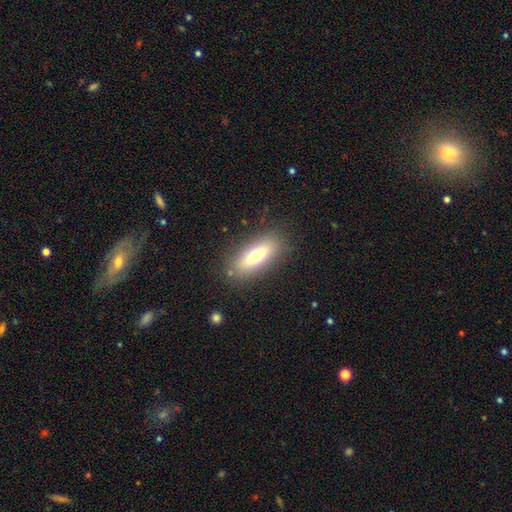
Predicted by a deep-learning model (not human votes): Morphology: type=smooth (66%); roundness=in between (61%); merging=none (85%).